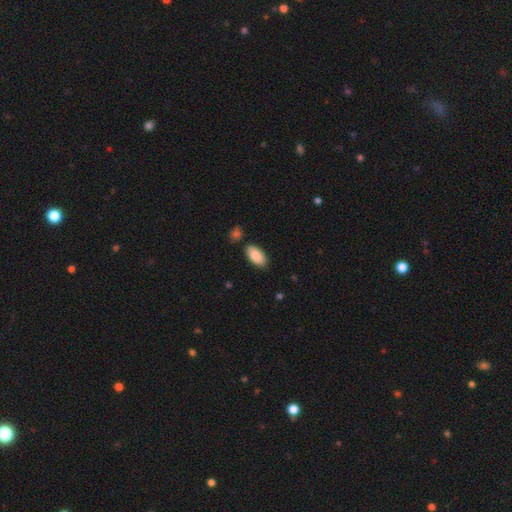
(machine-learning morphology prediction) This appears to be a smooth galaxy with no disk features (88%) that is in between round and cigar-shaped (93%). Merging: none (84%).